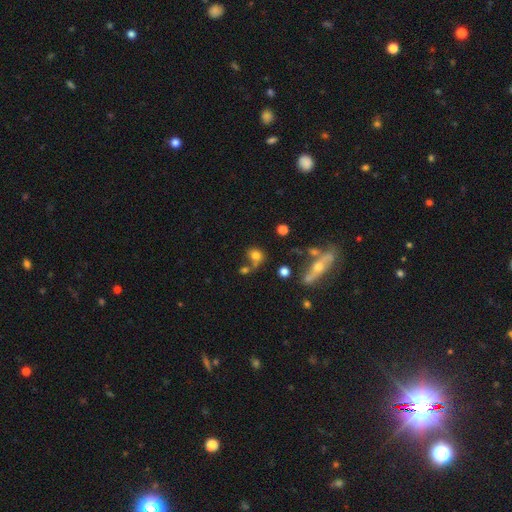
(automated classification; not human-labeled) Smooth or featured: smooth — 72% (featured or disk — 14%)
How rounded: round — 61% (in between — 36%)
Merging: none — 47% (merger — 27%)